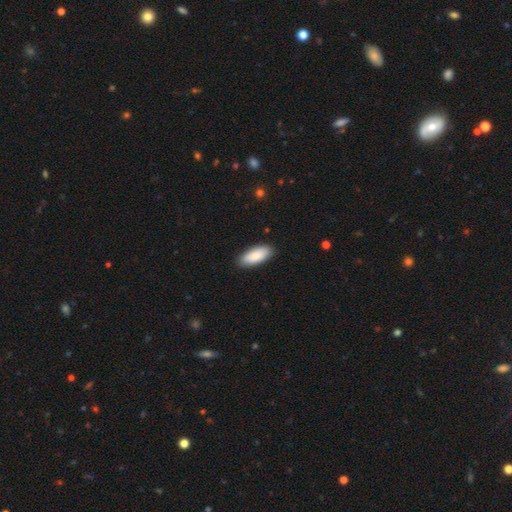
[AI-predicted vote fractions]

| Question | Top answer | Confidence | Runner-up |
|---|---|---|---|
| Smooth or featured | smooth | 89% | featured or disk (6%) |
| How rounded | in between | 84% | cigar-shaped (14%) |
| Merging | none | 88% | minor disturbance (9%) |